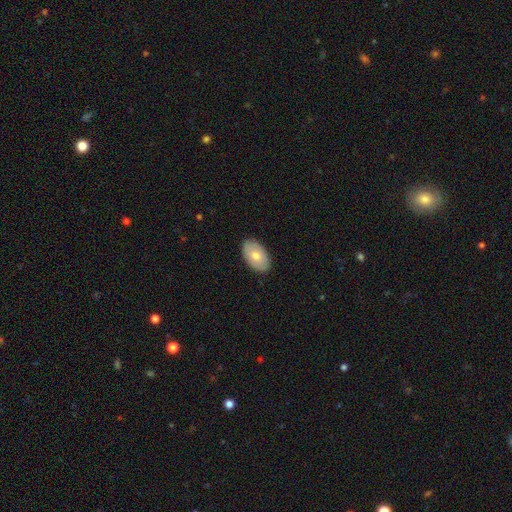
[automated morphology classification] smooth-or-featured: smooth: 70% | featured or disk: 24% | star or artifact: 6%
  how-rounded: in between: 93% | round: 6% | cigar-shaped: 1%
  merging: none: 88% | minor disturbance: 9% | major disturbance: 2% | merger: 1%